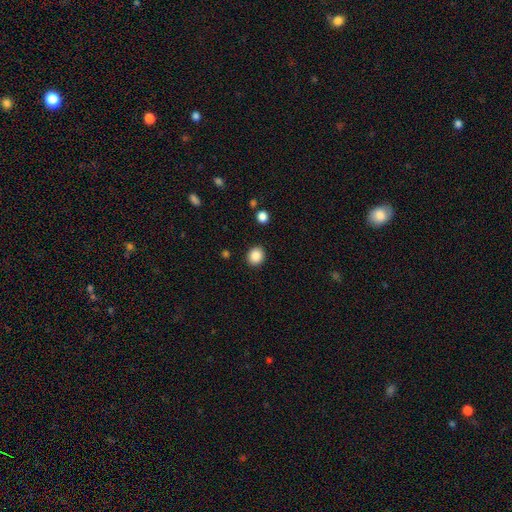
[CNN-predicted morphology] smooth 88%, star or artifact 9%, featured or disk 3%. Down the decision tree: how rounded — round (78%); merging — none (90%).